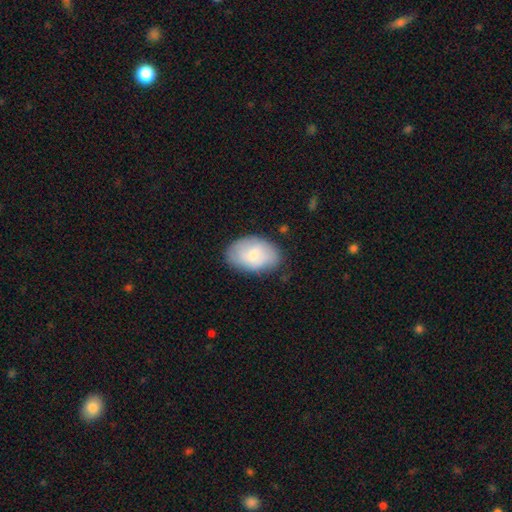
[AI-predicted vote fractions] This appears to be a smooth galaxy with no disk features (64%) that is in between round and cigar-shaped (89%). Merging: none (76%).